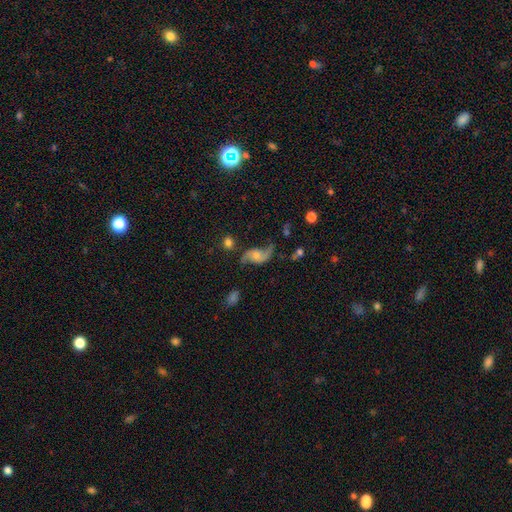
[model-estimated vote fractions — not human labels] This appears to be a featured or disk galaxy (80%) with no bar (67%), 2 (92%) loose (86%) spiral arms (94%) and a moderate central bulge (44%). Merging: none (63%).